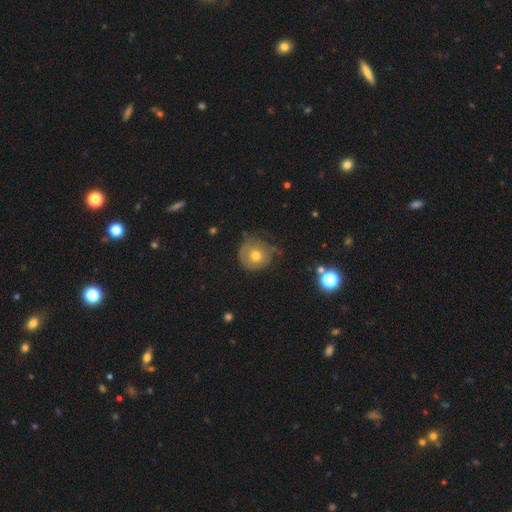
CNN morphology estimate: Smooth or featured: smooth — 65% (featured or disk — 26%)
How rounded: round — 91% (in between — 8%)
Merging: none — 58% (minor disturbance — 29%)